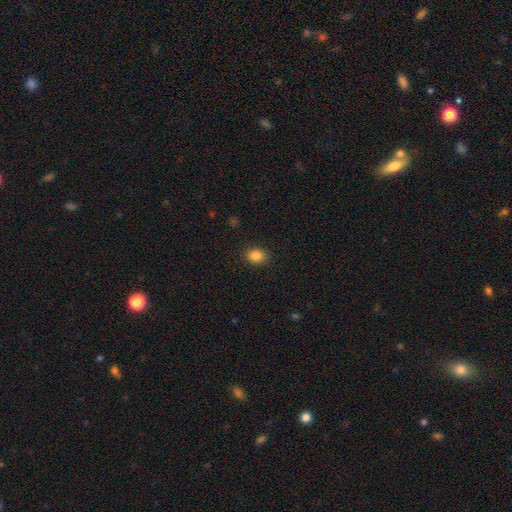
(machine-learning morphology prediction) A smooth galaxy with no disk features (86%) that is in between round and cigar-shaped (58%).

Vote fractions:
- Smooth or featured? smooth: 86% / star or artifact: 10% / featured or disk: 4%
- How rounded? in between: 58% / round: 41% / cigar-shaped: 1%
- Merging? none: 87% / minor disturbance: 10% / major disturbance: 3% / merger: 1%